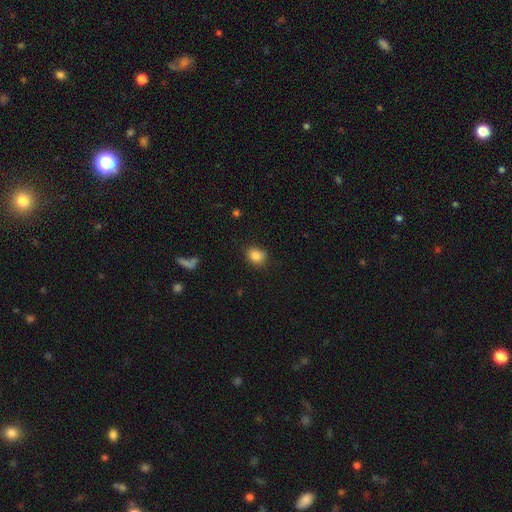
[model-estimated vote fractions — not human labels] smooth-or-featured: smooth: 85% | star or artifact: 10% | featured or disk: 5%
  how-rounded: round: 62% | in between: 37% | cigar-shaped: 1%
  merging: none: 80% | minor disturbance: 15% | major disturbance: 3% | merger: 2%